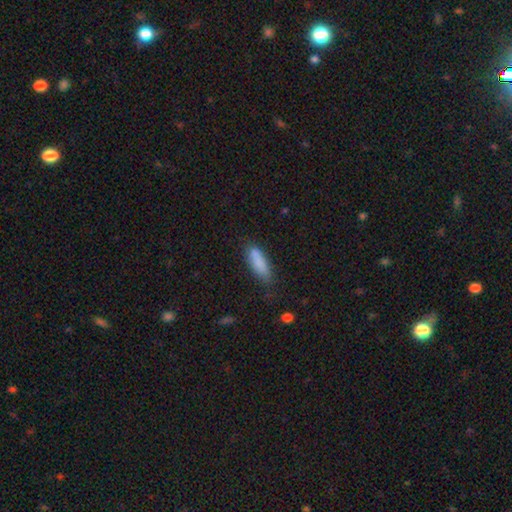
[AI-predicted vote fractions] Q: Smooth or featured?
A: smooth (82%); runner-up: featured or disk (10%)
Q: How rounded?
A: cigar-shaped (57%); runner-up: in between (41%)
Q: Merging?
A: none (66%); runner-up: minor disturbance (23%)